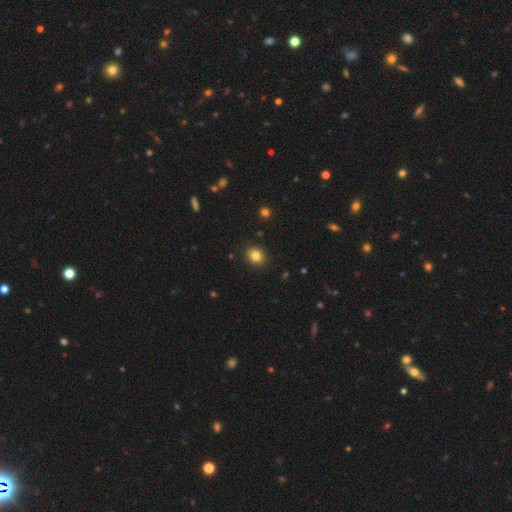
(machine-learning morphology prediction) Q: Smooth or featured?
A: smooth (83%); runner-up: star or artifact (11%)
Q: How rounded?
A: round (60%); runner-up: in between (39%)
Q: Merging?
A: none (90%); runner-up: minor disturbance (7%)